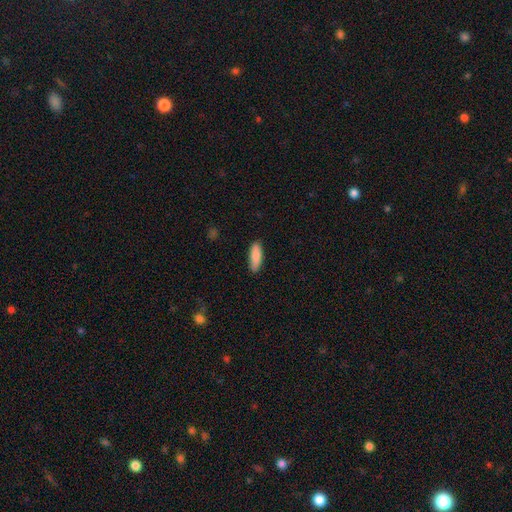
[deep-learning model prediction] Smooth or featured: smooth — 88% (featured or disk — 7%)
How rounded: in between — 51% (cigar-shaped — 47%)
Merging: none — 88% (minor disturbance — 10%)